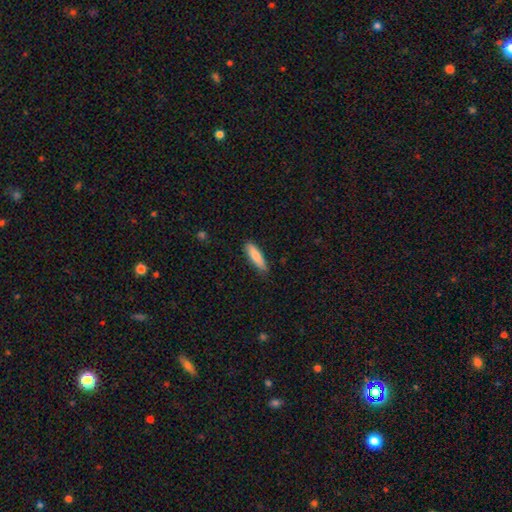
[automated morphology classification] Smooth or featured: smooth — 80% (featured or disk — 14%)
How rounded: cigar-shaped — 66% (in between — 32%)
Merging: none — 84% (minor disturbance — 13%)